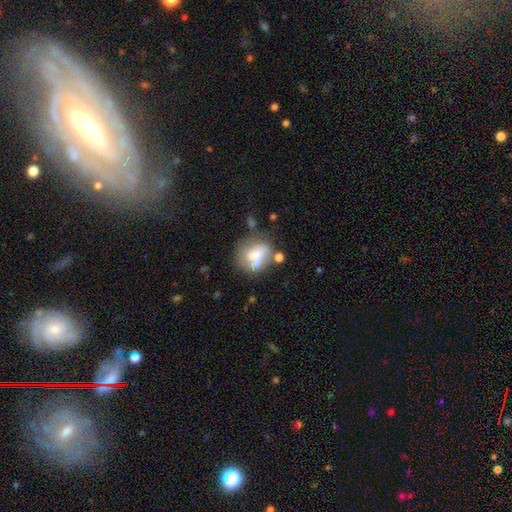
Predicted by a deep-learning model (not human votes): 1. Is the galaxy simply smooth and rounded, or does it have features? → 54% smooth, 37% featured or disk, 9% star or artifact.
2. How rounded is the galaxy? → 52% round, 47% in between, 1% cigar-shaped.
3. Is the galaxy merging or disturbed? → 38% none, 24% merger, 22% minor disturbance, 15% major disturbance.